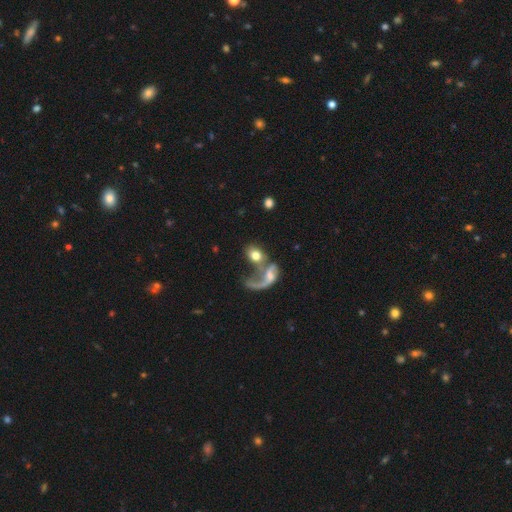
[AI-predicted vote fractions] A smooth galaxy with no disk features (59%) that is in between round and cigar-shaped (58%). Merging: merger (55%).